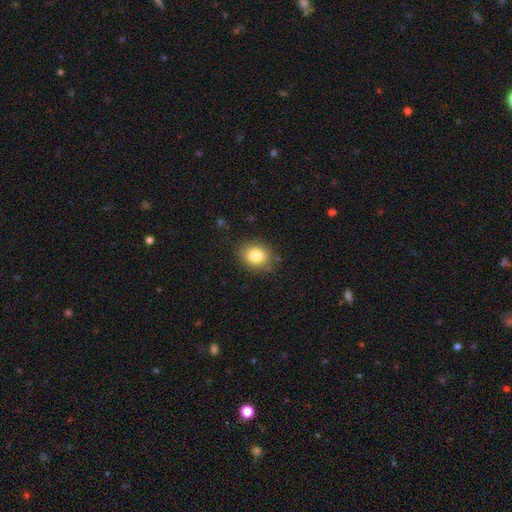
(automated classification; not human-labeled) Overall: smooth (83%). How rounded: round (57%; in between 43%). Merging: none (84%).